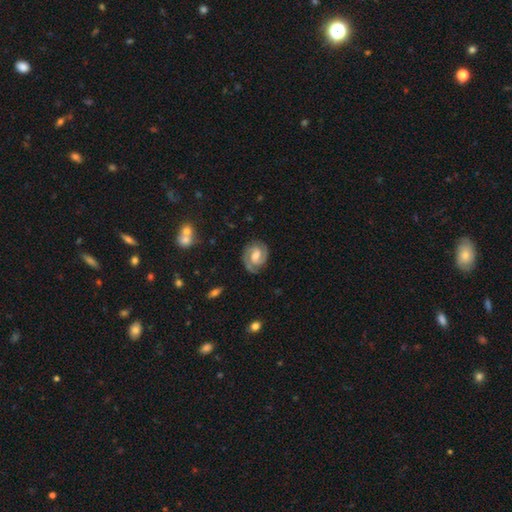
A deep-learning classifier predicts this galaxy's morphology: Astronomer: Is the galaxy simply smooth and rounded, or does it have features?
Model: featured or disk — 86%.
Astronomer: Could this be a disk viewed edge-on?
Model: no — 98%.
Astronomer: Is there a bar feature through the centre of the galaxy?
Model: weak — 53% (runner-up: no, 28%).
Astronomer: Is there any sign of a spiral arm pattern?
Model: yes — 97%.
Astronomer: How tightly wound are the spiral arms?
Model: tight — 55% (runner-up: medium, 39%).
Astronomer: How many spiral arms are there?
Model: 2 — 88%.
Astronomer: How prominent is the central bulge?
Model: moderate — 64%.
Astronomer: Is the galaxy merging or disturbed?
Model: none — 80%.